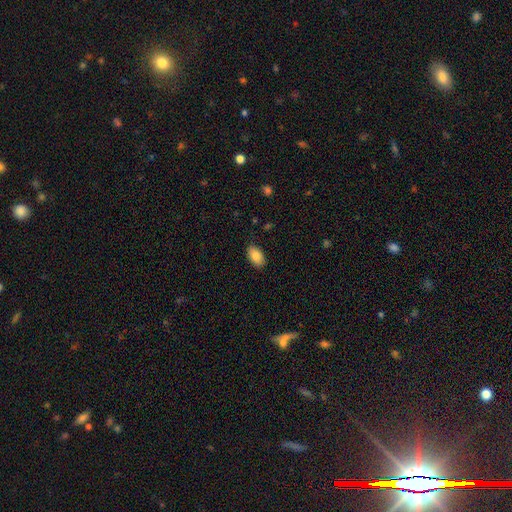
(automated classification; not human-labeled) smooth-or-featured: smooth: 85% | featured or disk: 8% | star or artifact: 7%
  how-rounded: in between: 93% | round: 5% | cigar-shaped: 2%
  merging: none: 86% | minor disturbance: 11% | major disturbance: 2% | merger: 1%